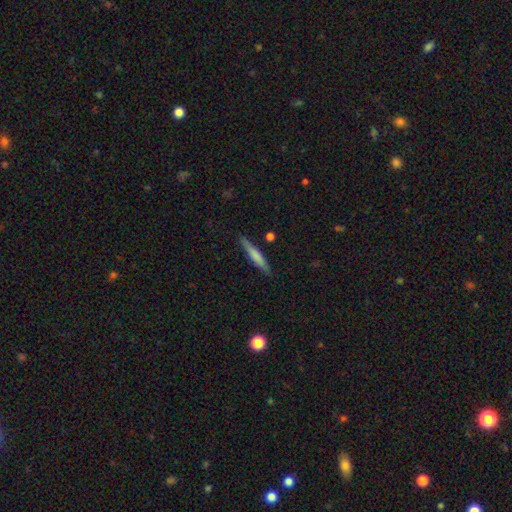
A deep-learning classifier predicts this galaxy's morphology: smooth-or-featured: smooth: 68% | featured or disk: 26% | star or artifact: 6%
  how-rounded: cigar-shaped: 92% | in between: 7% | round: 1%
  merging: none: 85% | minor disturbance: 11% | merger: 2% | major disturbance: 2%